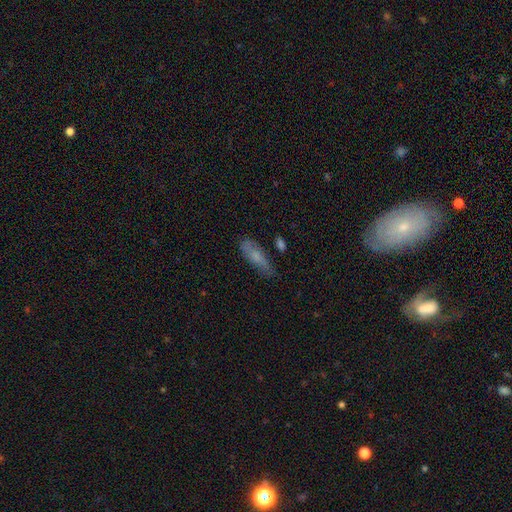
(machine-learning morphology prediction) smooth-or-featured: smooth: 62% | featured or disk: 29% | star or artifact: 9%
  how-rounded: in between: 51% | cigar-shaped: 46% | round: 3%
  merging: none: 63% | minor disturbance: 25% | major disturbance: 8% | merger: 4%